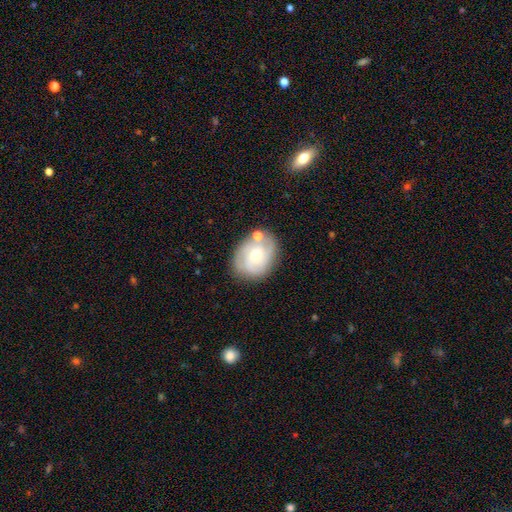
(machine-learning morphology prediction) type=featured or disk (60%); edge-on=no (96%); bar=no (72%); spiral arms=yes (82%); bulge=moderate (49%); merging=none (66%).